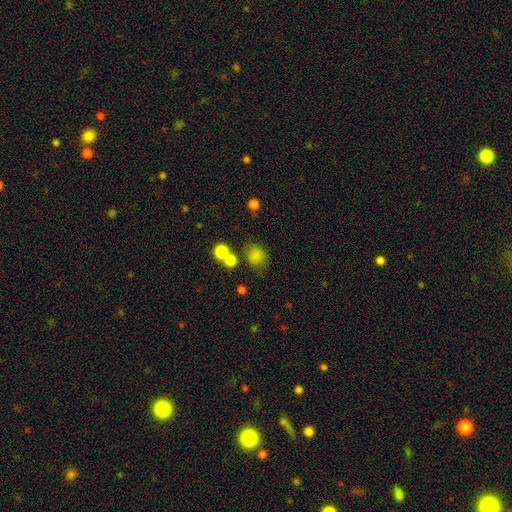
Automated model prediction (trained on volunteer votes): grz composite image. It shows a smooth galaxy with no disk features (80%) that is round (73%). Merging: none (66%).